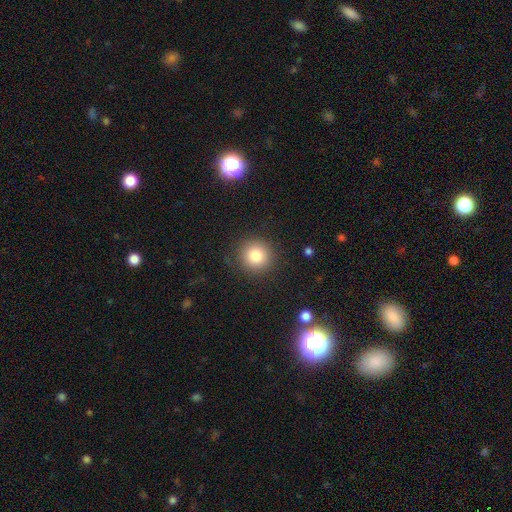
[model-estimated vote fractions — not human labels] Morphology: type=smooth (82%); roundness=round (93%); merging=none (88%).